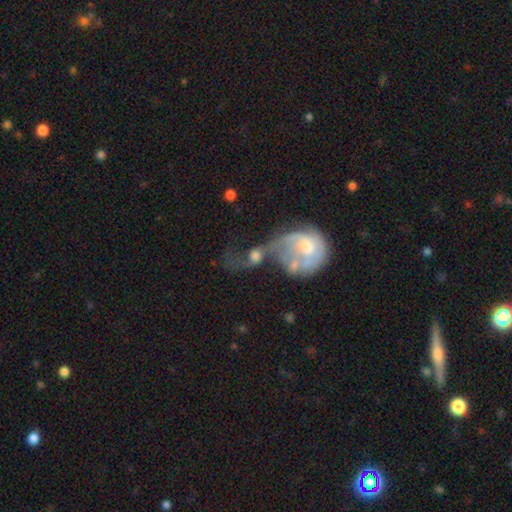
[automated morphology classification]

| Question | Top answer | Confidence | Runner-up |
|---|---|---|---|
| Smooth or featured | featured or disk | 63% | smooth (27%) |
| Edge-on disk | no | 96% | yes (4%) |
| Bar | no | 63% | weak (30%) |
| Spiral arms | yes | 73% | no (27%) |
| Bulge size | moderate | 52% | small (26%) |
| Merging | merger | 57% | major disturbance (19%) |